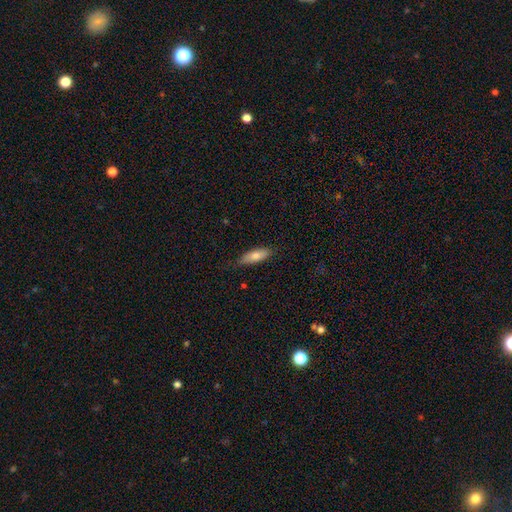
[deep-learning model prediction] Smooth or featured? smooth (74%)
How rounded? in between (65%)
Merging? none (79%)